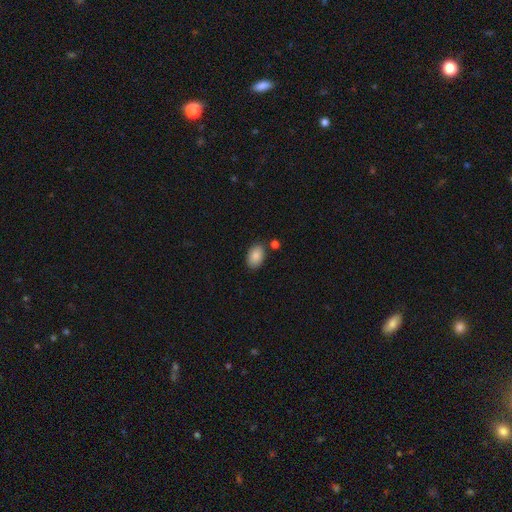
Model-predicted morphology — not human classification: Q: Smooth or featured?
A: smooth (88%); runner-up: star or artifact (7%)
Q: How rounded?
A: in between (91%); runner-up: round (8%)
Q: Merging?
A: none (81%); runner-up: minor disturbance (11%)